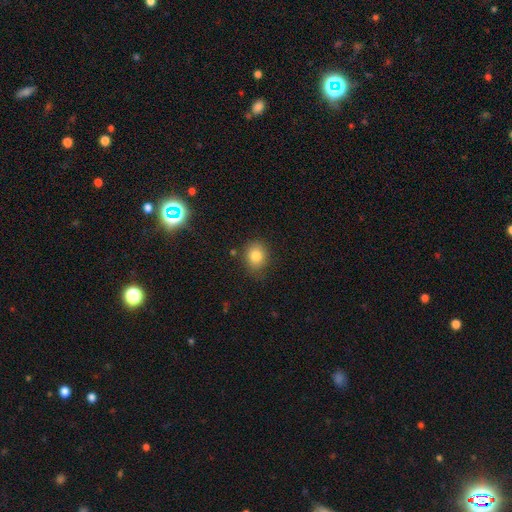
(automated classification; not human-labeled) smooth-or-featured: smooth: 82% | star or artifact: 11% | featured or disk: 7%
  how-rounded: round: 62% | in between: 37% | cigar-shaped: 1%
  merging: none: 78% | minor disturbance: 16% | major disturbance: 4% | merger: 2%